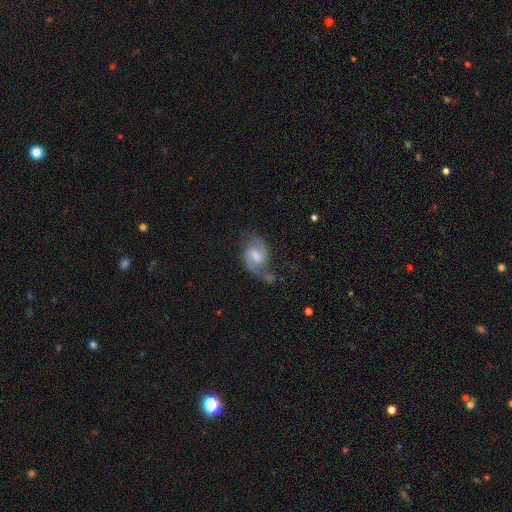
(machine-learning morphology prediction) featured or disk 88%, smooth 7%, star or artifact 5%. Down the decision tree: edge-on disk — no (98%); bar — weak (61%); spiral arms — yes (97%); spiral arm count — 2 (93%); spiral winding — medium (57%); bulge size — moderate (60%); merging — none (66%).